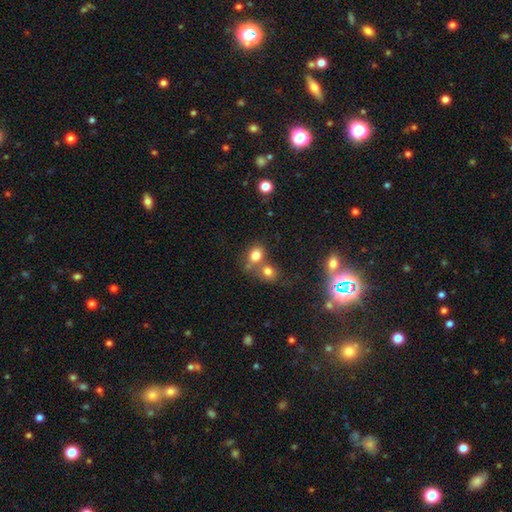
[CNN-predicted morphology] Smooth or featured?
  - smooth: 79% *
  - star or artifact: 12%
  - featured or disk: 9%
How rounded?
  - round: 53% *
  - in between: 46%
  - cigar-shaped: 1%
Merging?
  - merger: 45% *
  - none: 40%
  - minor disturbance: 10%
  - major disturbance: 5%